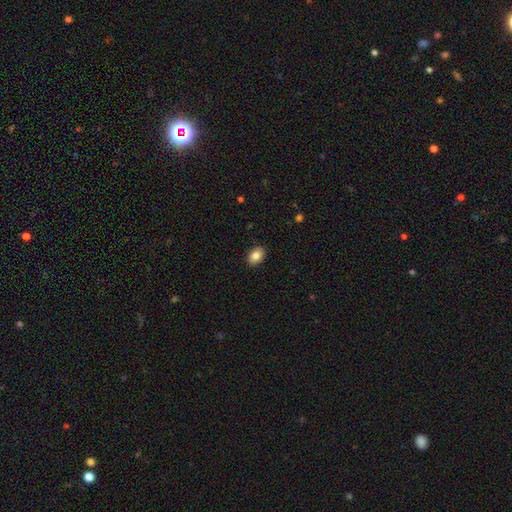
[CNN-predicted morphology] This is clearly a smooth galaxy (84%). How rounded: likely in between (78%). Merging: clearly none (89%).